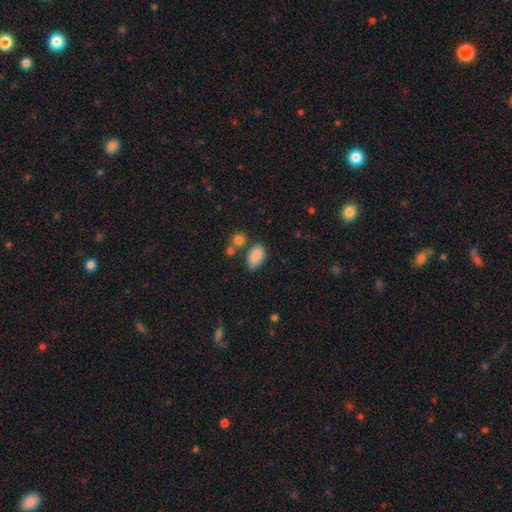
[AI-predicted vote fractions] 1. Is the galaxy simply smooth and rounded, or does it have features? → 88% smooth, 8% star or artifact, 4% featured or disk.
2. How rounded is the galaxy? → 92% in between, 7% round, 2% cigar-shaped.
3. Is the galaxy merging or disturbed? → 68% none, 15% minor disturbance, 12% merger, 5% major disturbance.